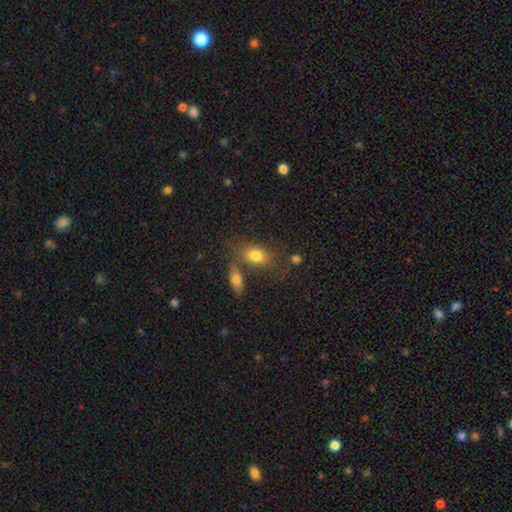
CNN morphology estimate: smooth_or_featured: smooth (p=0.77) [alt: featured or disk p=0.13]
how_rounded: in between (p=0.78) [alt: round p=0.20]
merging: none (p=0.50) [alt: merger p=0.28]